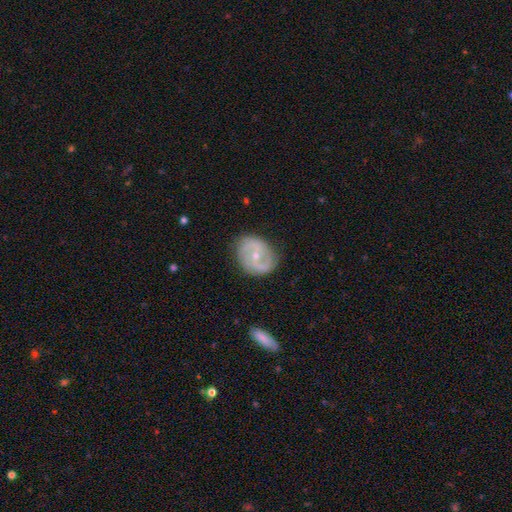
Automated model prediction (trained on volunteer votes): This is likely a featured or disk galaxy (72%). It is clearly not viewed edge-on (96%). Bar: marginally no (43%). Spiral arm pattern: likely yes (76%). Spiral arm count: likely 2 (76%). Spiral winding: marginally medium (43%). Central bulge: possibly small (59%). Merging: likely none (77%).